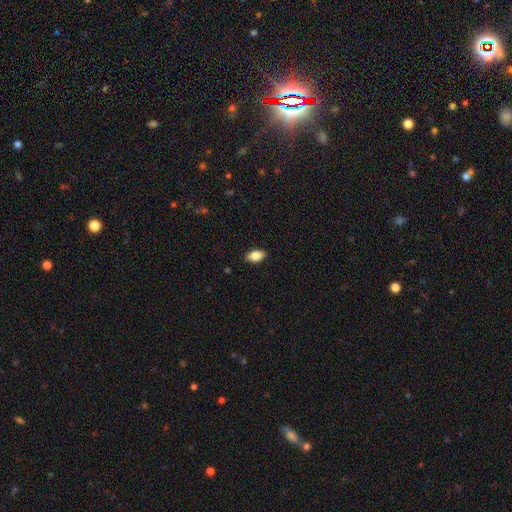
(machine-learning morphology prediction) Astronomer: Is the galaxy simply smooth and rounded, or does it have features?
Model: smooth — 82%.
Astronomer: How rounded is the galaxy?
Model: in between — 91%.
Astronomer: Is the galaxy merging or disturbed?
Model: none — 89%.